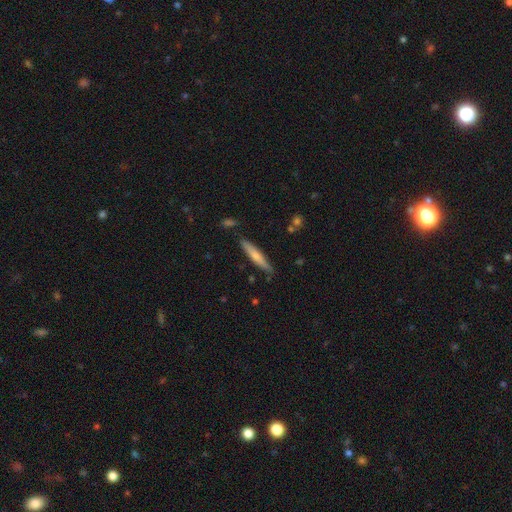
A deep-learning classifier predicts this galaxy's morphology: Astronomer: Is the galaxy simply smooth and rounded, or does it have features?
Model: smooth — 63%.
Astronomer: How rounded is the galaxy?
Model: cigar-shaped — 92%.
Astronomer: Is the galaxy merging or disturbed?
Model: none — 85%.